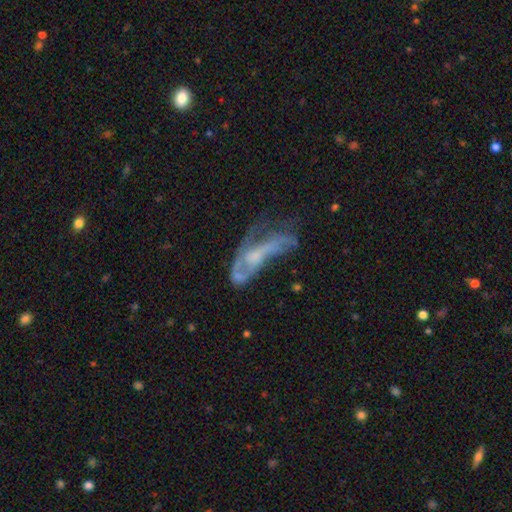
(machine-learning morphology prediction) Smooth or featured? featured or disk (64%)
Edge-on disk? no (82%)
Bar? no (70%)
Spiral arms? no (55%)
Bulge size? none (35%)
Merging? major disturbance (45%)